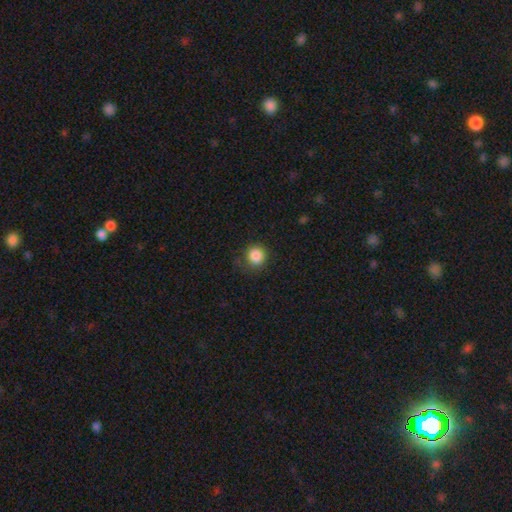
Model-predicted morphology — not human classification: The model was most divided on "merging": none: 78%, minor disturbance: 15%, major disturbance: 5%, merger: 1%. More confident: how rounded — round (90%); smooth or featured — smooth (87%).